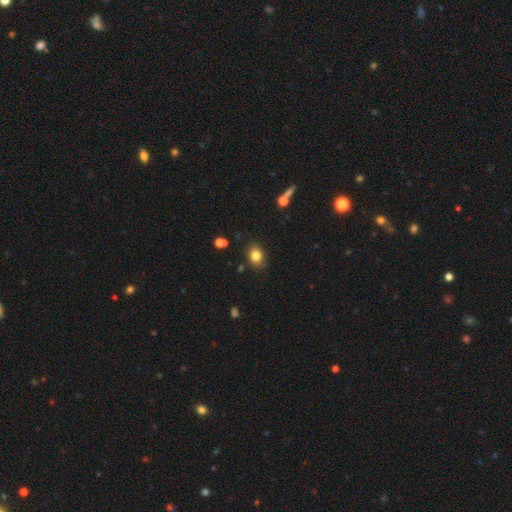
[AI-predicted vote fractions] Q: Smooth or featured?
A: smooth (82%); runner-up: star or artifact (11%)
Q: How rounded?
A: in between (58%); runner-up: round (41%)
Q: Merging?
A: none (85%); runner-up: minor disturbance (10%)